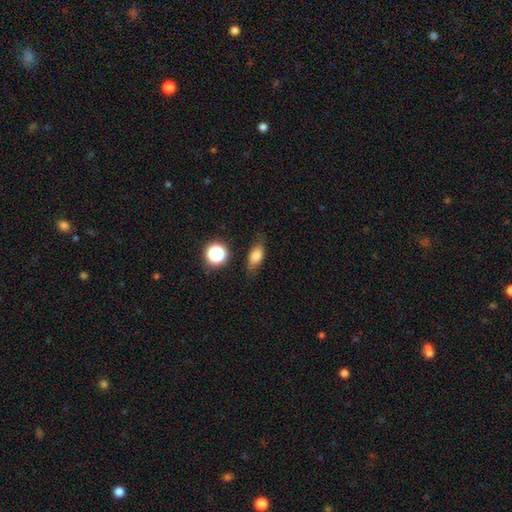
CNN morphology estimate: A smooth galaxy with no disk features (72%) that is in between round and cigar-shaped (74%).

Vote fractions:
- Smooth or featured? smooth: 72% / featured or disk: 17% / star or artifact: 11%
- How rounded? in between: 74% / round: 13% / cigar-shaped: 13%
- Merging? none: 74% / minor disturbance: 19% / major disturbance: 5% / merger: 2%